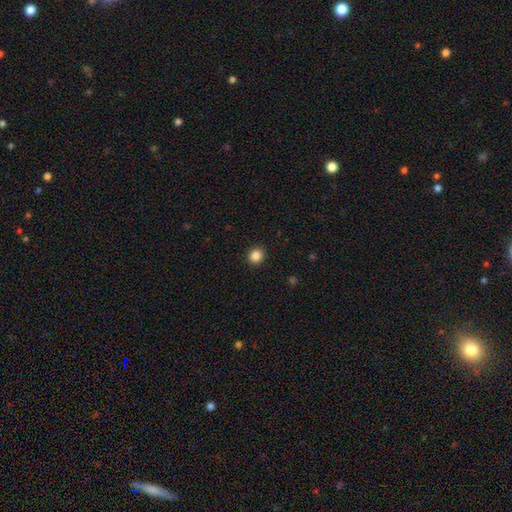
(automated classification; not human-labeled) This is clearly a smooth galaxy (85%). How rounded: clearly round (87%). Merging: clearly none (92%).